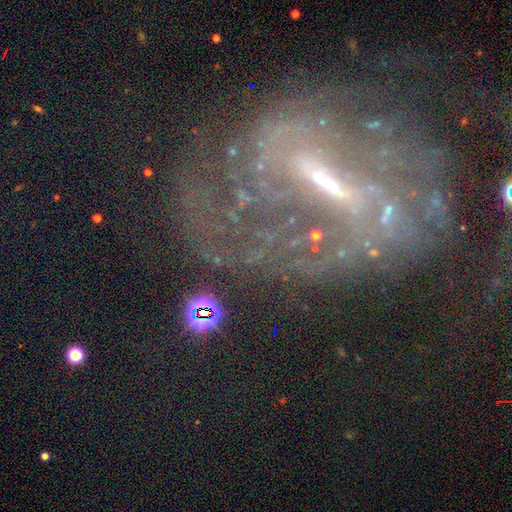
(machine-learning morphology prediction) Smooth or featured? featured or disk (76%)
Edge-on disk? no (93%)
Bar? strong (51%)
Spiral arms? yes (77%)
Spiral winding? medium (37%)
Spiral arm count? 2 (43%)
Bulge size? small (47%)
Merging? none (50%)